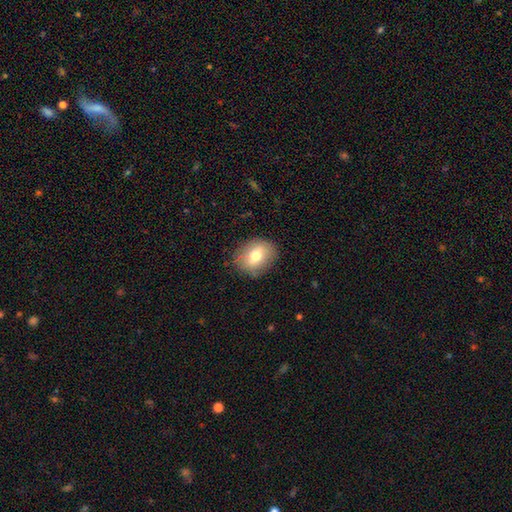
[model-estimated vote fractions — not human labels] Overall: smooth (72%). How rounded: in between (59%; round 40%). Merging: none (85%).